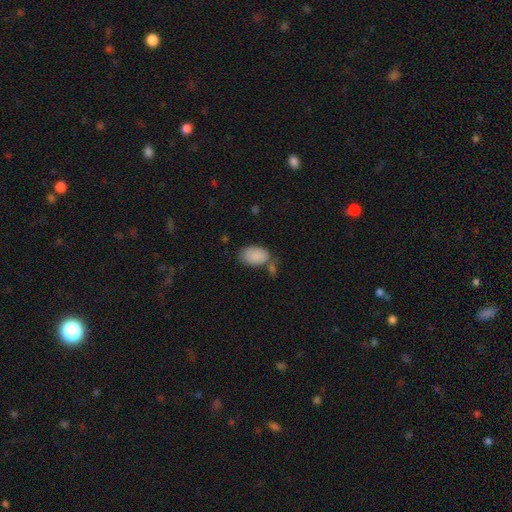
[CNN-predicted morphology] Smooth or featured? smooth (87%)
How rounded? in between (91%)
Merging? none (56%)